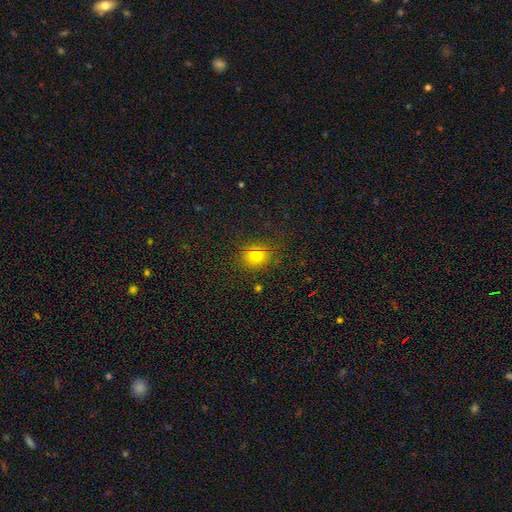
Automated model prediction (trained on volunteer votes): A smooth galaxy with no disk features (76%) that is round (75%).

Vote fractions:
- Smooth or featured? smooth: 76% / star or artifact: 16% / featured or disk: 8%
- How rounded? round: 75% / in between: 24% / cigar-shaped: 1%
- Merging? none: 84% / minor disturbance: 11% / major disturbance: 3% / merger: 2%